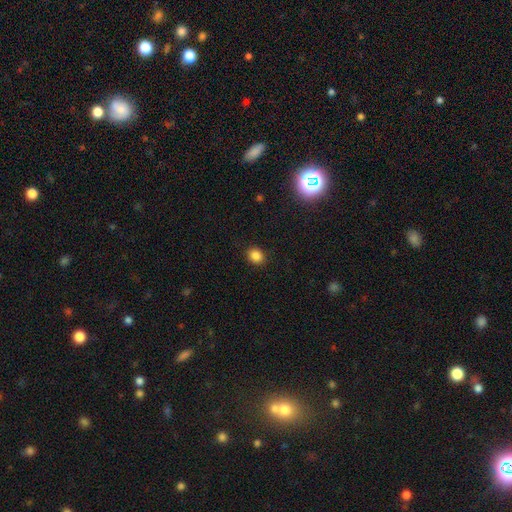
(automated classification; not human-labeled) Smooth or featured? Predicted: smooth (p=0.85). How rounded? Predicted: round (p=0.72). Merging? Predicted: none (p=0.90).